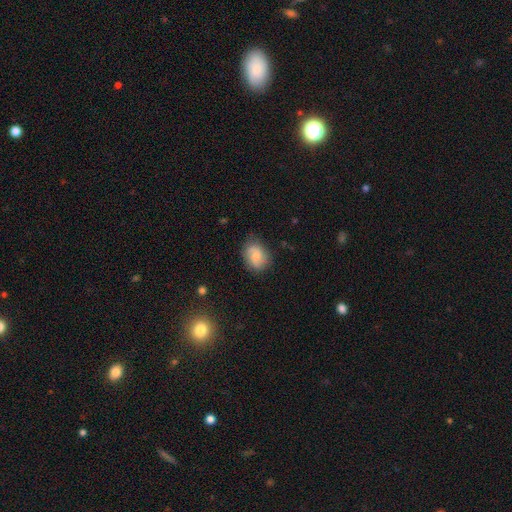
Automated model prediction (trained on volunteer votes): Smooth or featured?
  - smooth: 65% *
  - featured or disk: 27%
  - star or artifact: 8%
How rounded?
  - in between: 57% *
  - round: 42%
  - cigar-shaped: 1%
Merging?
  - none: 69% *
  - minor disturbance: 23%
  - major disturbance: 6%
  - merger: 2%